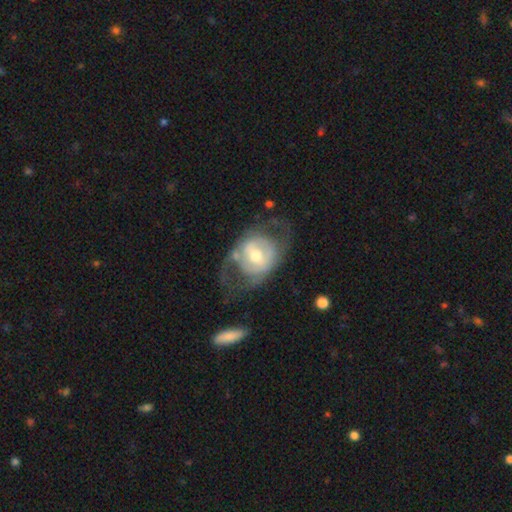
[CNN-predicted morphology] smooth_or_featured: featured or disk (p=0.66) [alt: smooth p=0.28]
disk_edge_on: no (p=0.95) [alt: yes p=0.05]
bar: no (p=0.49) [alt: weak p=0.35]
has_spiral_arms: no (p=0.53) [alt: yes p=0.47]
bulge_size: moderate (p=0.64) [alt: small p=0.25]
merging: none (p=0.46) [alt: major disturbance p=0.28]